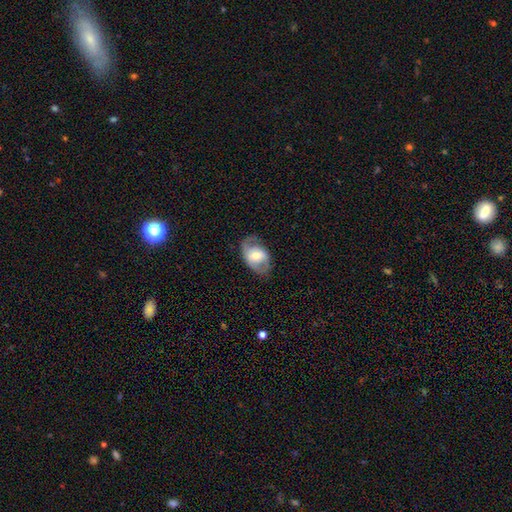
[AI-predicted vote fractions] Q: Smooth or featured?
A: featured or disk (57%); runner-up: smooth (36%)
Q: Edge-on disk?
A: no (93%); runner-up: yes (7%)
Q: Bar?
A: no (52%); runner-up: weak (32%)
Q: Spiral arms?
A: yes (65%); runner-up: no (35%)
Q: Bulge size?
A: moderate (58%); runner-up: small (28%)
Q: Merging?
A: none (66%); runner-up: minor disturbance (21%)